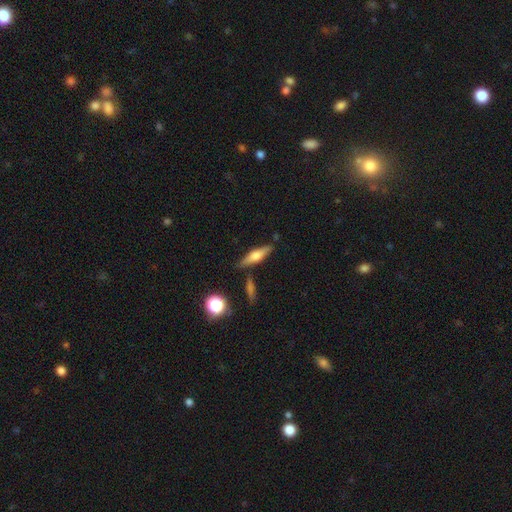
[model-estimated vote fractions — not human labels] This appears to be a featured or disk galaxy (53%) viewed edge-on (94%). Merging: none (80%).